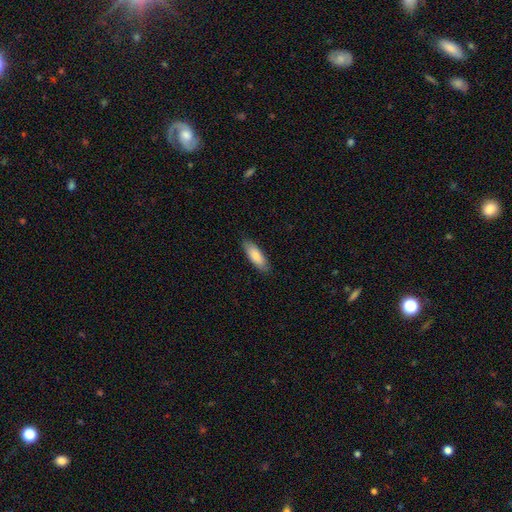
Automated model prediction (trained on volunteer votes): A smooth galaxy with no disk features (85%) that is in between round and cigar-shaped (60%).

Vote fractions:
- Smooth or featured? smooth: 85% / featured or disk: 10% / star or artifact: 5%
- How rounded? in between: 60% / cigar-shaped: 38% / round: 1%
- Merging? none: 87% / minor disturbance: 10% / major disturbance: 2% / merger: 1%